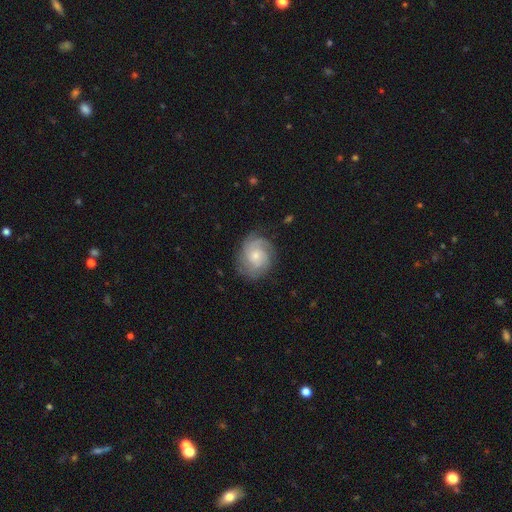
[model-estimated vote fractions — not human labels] Q: Smooth or featured?
A: featured or disk (76%); runner-up: smooth (18%)
Q: Edge-on disk?
A: no (98%); runner-up: yes (2%)
Q: Bar?
A: no (72%); runner-up: weak (25%)
Q: Spiral arms?
A: yes (95%); runner-up: no (5%)
Q: Spiral winding?
A: tight (54%); runner-up: medium (36%)
Q: Spiral arm count?
A: 3 (31%); runner-up: can't tell (25%)
Q: Bulge size?
A: small (53%); runner-up: moderate (40%)
Q: Merging?
A: none (76%); runner-up: minor disturbance (17%)